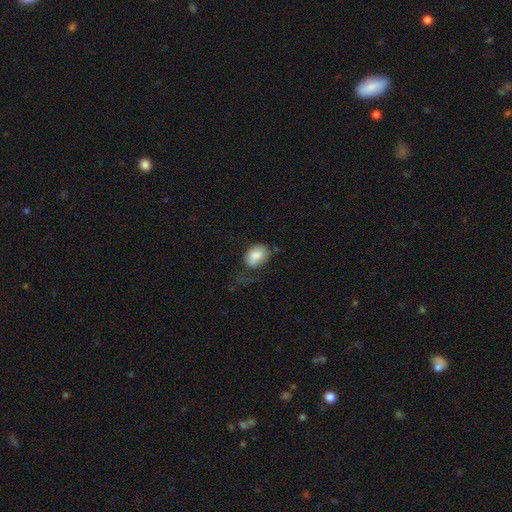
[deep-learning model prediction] smooth 84%, featured or disk 9%, star or artifact 7%. Down the decision tree: how rounded — in between (79%); merging — none (48%).